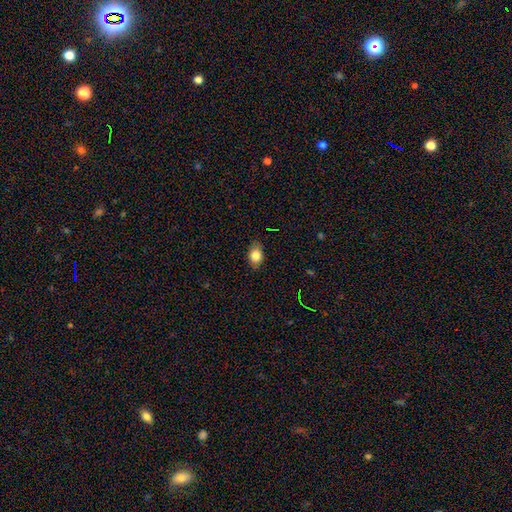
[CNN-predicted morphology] smooth-or-featured: smooth: 81% | star or artifact: 9% | featured or disk: 9%
  how-rounded: in between: 75% | round: 24% | cigar-shaped: 2%
  merging: none: 81% | minor disturbance: 15% | major disturbance: 3% | merger: 1%